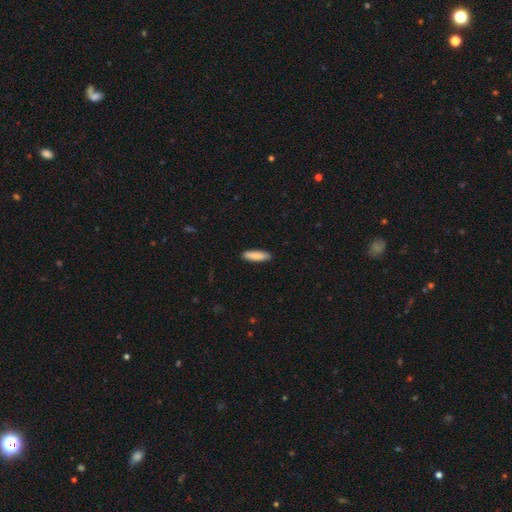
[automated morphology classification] The model was most divided on "how rounded": cigar-shaped: 62%, in between: 36%, round: 2%. More confident: merging — none (90%); smooth or featured — smooth (85%).